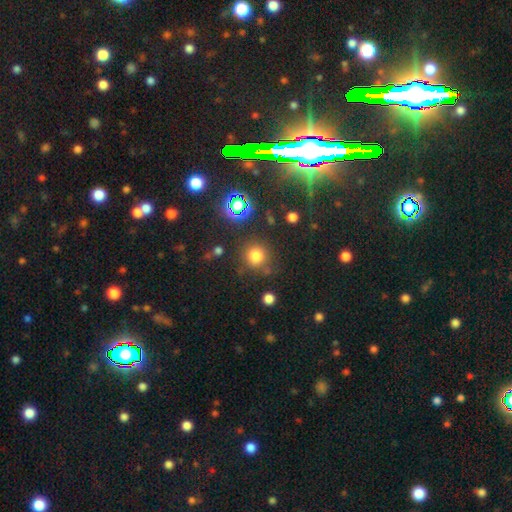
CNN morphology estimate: This appears to be a smooth galaxy with no disk features (74%) that is round (90%). Merging: none (77%).